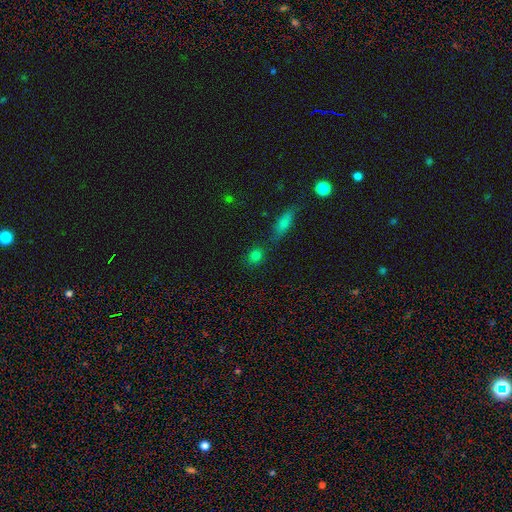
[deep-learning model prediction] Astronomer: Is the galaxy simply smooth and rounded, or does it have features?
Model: smooth — 76%.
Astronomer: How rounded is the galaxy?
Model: round — 60% (runner-up: in between, 36%).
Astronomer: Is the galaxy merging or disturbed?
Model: none — 72%.